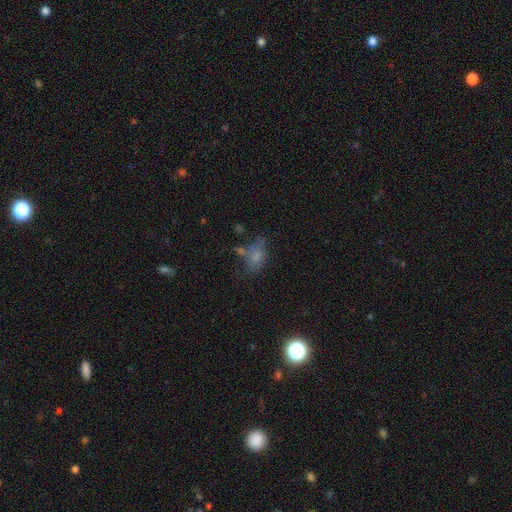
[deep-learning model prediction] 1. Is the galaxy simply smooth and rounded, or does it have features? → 67% smooth, 18% featured or disk, 14% star or artifact.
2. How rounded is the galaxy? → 87% in between, 9% round, 4% cigar-shaped.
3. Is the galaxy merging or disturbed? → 44% none, 23% minor disturbance, 17% merger, 15% major disturbance.